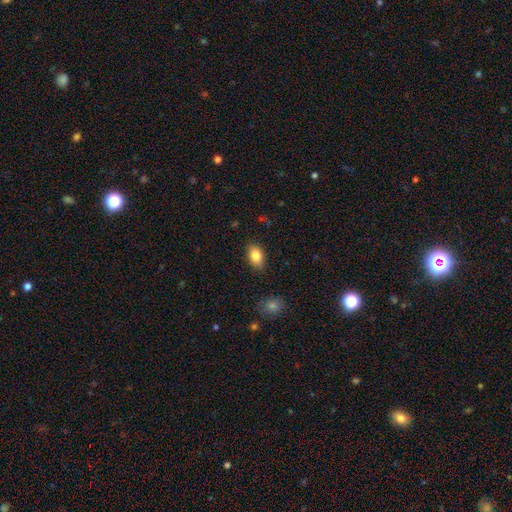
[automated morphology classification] A smooth galaxy with no disk features (85%) that is in between round and cigar-shaped (89%). Merging: none (86%).